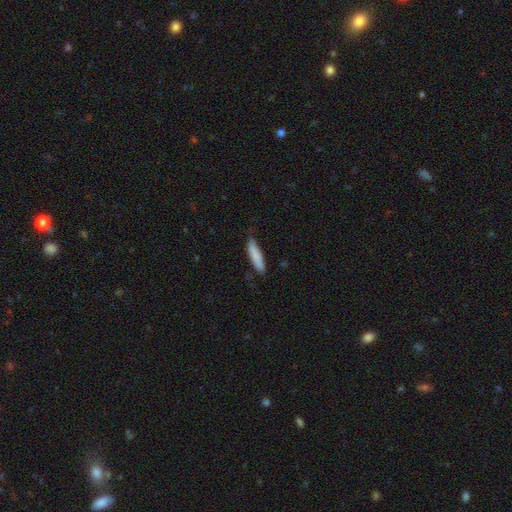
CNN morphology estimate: A smooth galaxy with no disk features (85%) that is cigar-shaped (73%). Merging: none (73%).